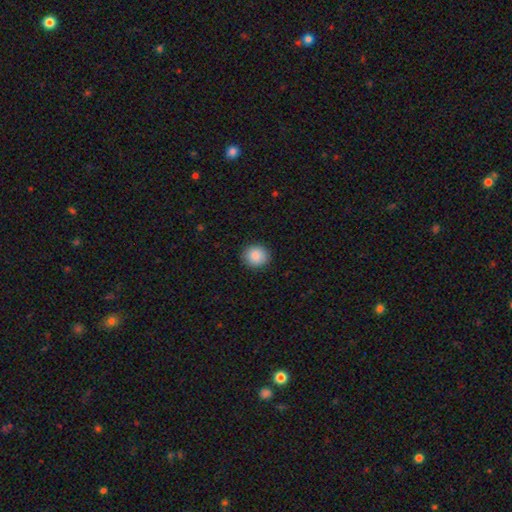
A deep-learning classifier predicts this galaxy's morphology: The model was most divided on "how rounded": round: 87%, in between: 12%, cigar-shaped: 1%. More confident: merging — none (90%); smooth or featured — smooth (88%).